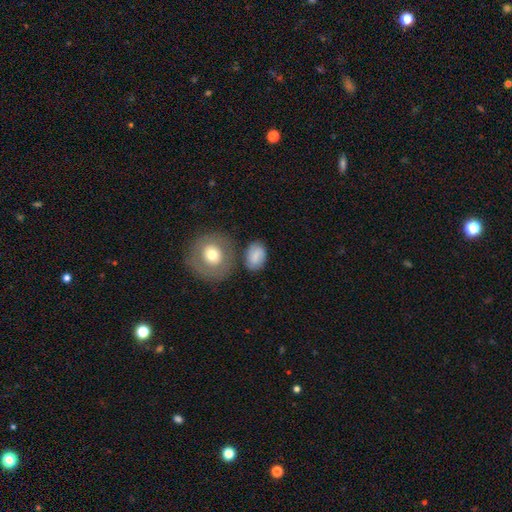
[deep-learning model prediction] This is likely a smooth galaxy (76%). How rounded: likely in between (74%). Merging: likely none (66%).